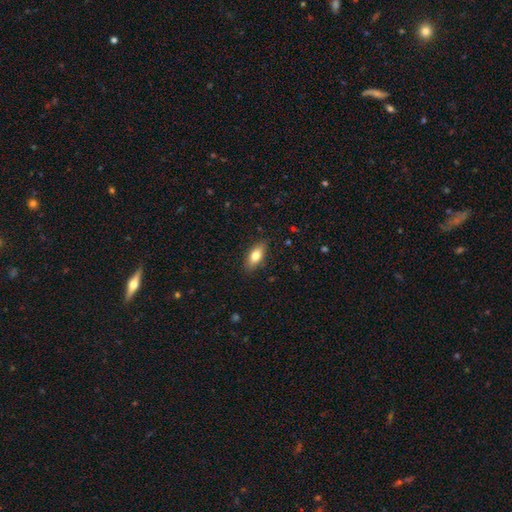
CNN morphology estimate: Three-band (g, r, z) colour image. It shows a smooth galaxy with no disk features (75%) that is in between round and cigar-shaped (82%). Merging: none (86%).